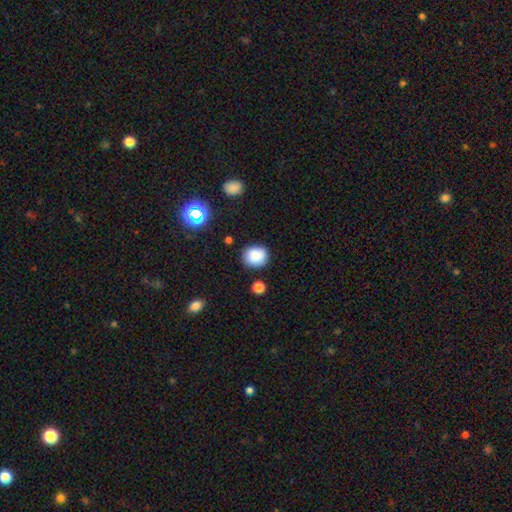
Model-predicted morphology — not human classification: smooth-or-featured: smooth: 85% | star or artifact: 10% | featured or disk: 5%
  how-rounded: round: 78% | in between: 21% | cigar-shaped: 1%
  merging: none: 82% | minor disturbance: 12% | major disturbance: 3% | merger: 3%